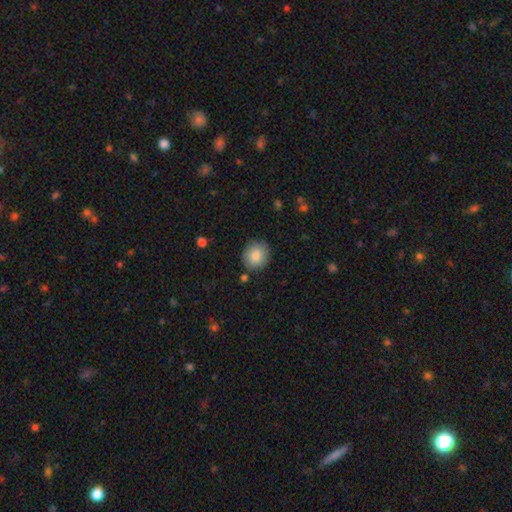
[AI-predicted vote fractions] smooth_or_featured: smooth (p=0.86) [alt: star or artifact p=0.07]
how_rounded: round (p=0.84) [alt: in between p=0.15]
merging: none (p=0.85) [alt: minor disturbance p=0.10]